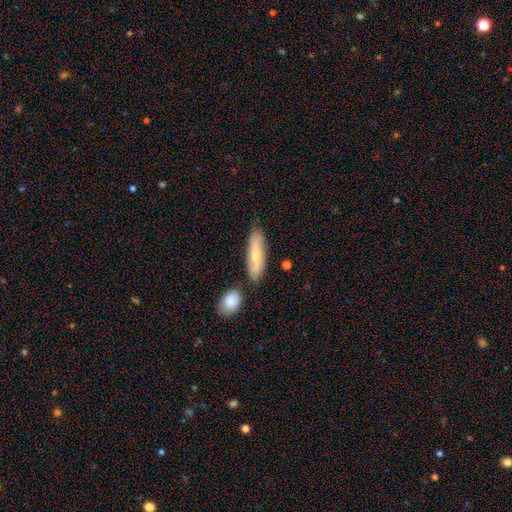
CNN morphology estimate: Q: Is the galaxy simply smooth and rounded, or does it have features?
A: smooth — 57%.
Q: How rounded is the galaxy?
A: cigar-shaped — 58%.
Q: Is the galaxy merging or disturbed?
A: none — 74%.